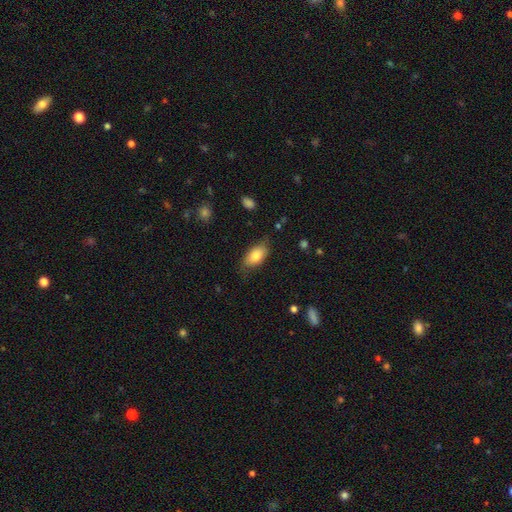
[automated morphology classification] This is clearly a smooth galaxy (80%). How rounded: clearly in between (92%). Merging: likely none (75%).